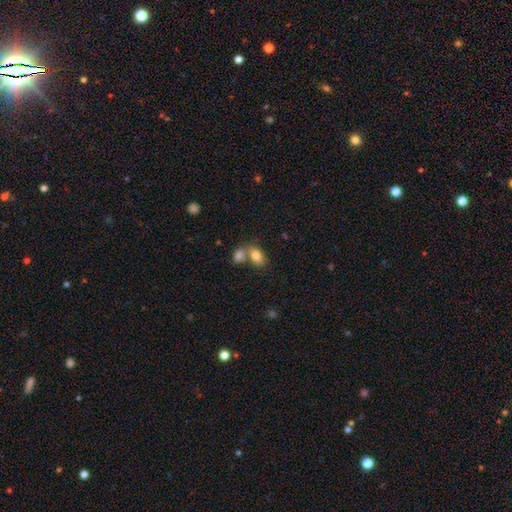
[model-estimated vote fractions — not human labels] This is clearly a smooth galaxy (81%). How rounded: clearly in between (86%). Merging: possibly merger (45%).